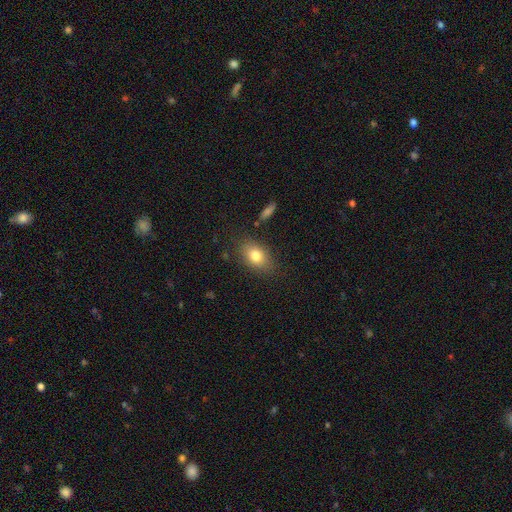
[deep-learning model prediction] This is likely a smooth galaxy (78%). How rounded: clearly in between (81%). Merging: clearly none (81%).